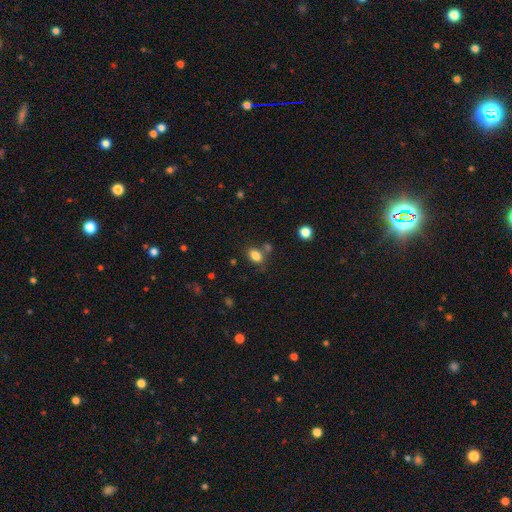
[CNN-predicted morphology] Q: Smooth or featured?
A: smooth (82%); runner-up: star or artifact (11%)
Q: How rounded?
A: in between (75%); runner-up: round (23%)
Q: Merging?
A: none (68%); runner-up: minor disturbance (14%)